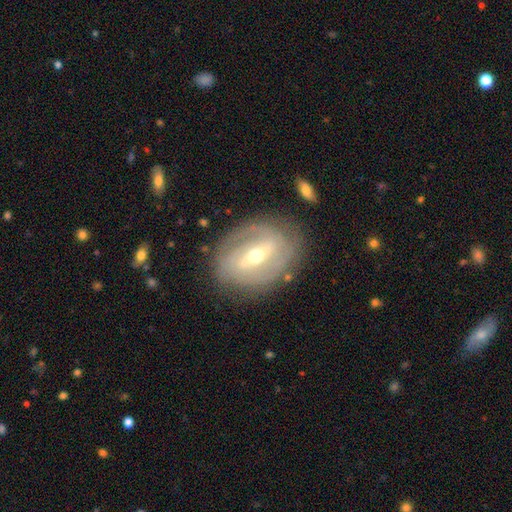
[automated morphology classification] Smooth or featured: featured or disk — 83% (smooth — 12%)
Edge-on disk: no — 94% (yes — 6%)
Bar: strong — 51% (weak — 36%)
Spiral arms: yes — 87% (no — 13%)
Spiral winding: tight — 58% (medium — 30%)
Spiral arm count: 2 — 58% (can't tell — 22%)
Bulge size: moderate — 56% (small — 40%)
Merging: none — 80% (minor disturbance — 14%)